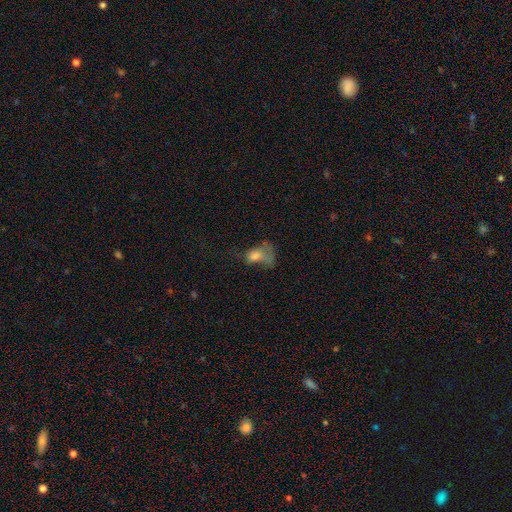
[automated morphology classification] type=smooth (58%); roundness=in between (75%); merging=major disturbance (54%).